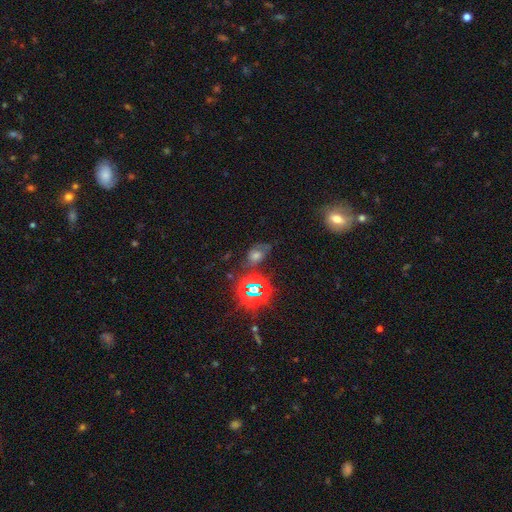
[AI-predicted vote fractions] The model was most divided on "smooth or featured": star or artifact: 47%, smooth: 35%, featured or disk: 18%.